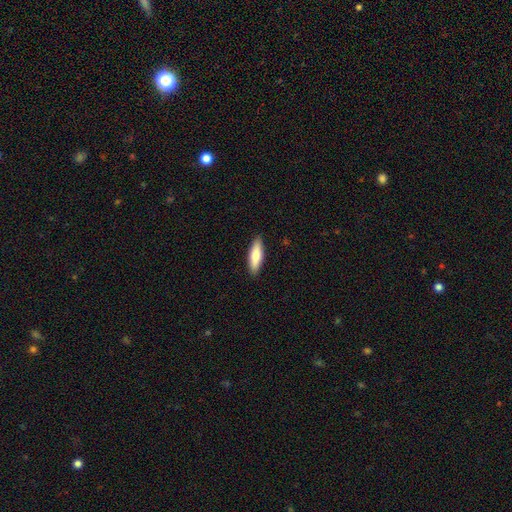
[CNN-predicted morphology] This is likely a smooth galaxy (77%). How rounded: possibly cigar-shaped (54%). Merging: clearly none (89%).